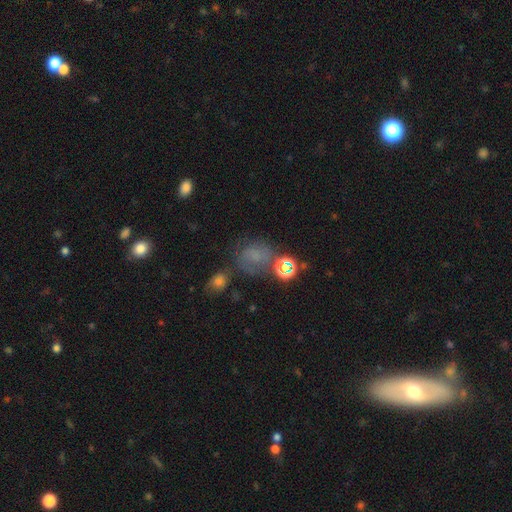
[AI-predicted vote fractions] Smooth or featured? Predicted: smooth (p=0.47). Merging? Predicted: none (p=0.50).